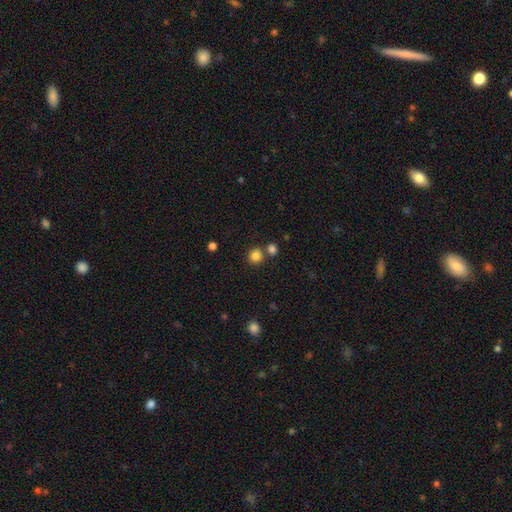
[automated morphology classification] This appears to be a smooth galaxy with no disk features (83%) that is round (89%). Merging: none (71%).